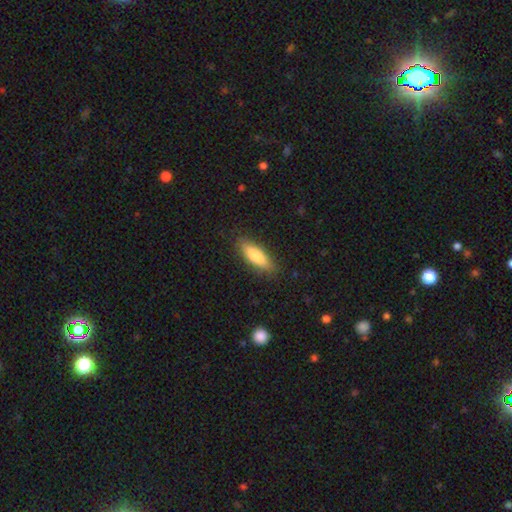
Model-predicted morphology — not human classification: A smooth galaxy with no disk features (80%) that is in between round and cigar-shaped (54%). Merging: none (85%).